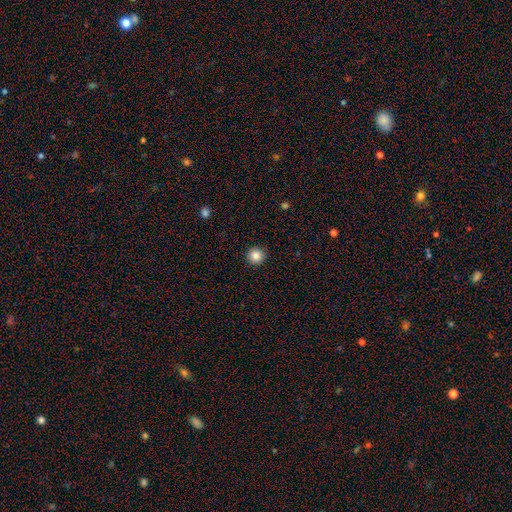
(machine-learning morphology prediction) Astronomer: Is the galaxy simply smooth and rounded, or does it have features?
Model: smooth — 85%.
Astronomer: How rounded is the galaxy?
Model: round — 96%.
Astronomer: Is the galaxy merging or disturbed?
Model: none — 93%.